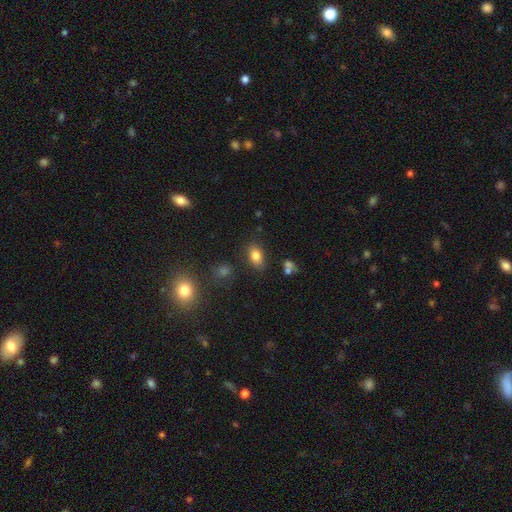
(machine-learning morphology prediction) Smooth or featured?
  - smooth: 80% *
  - star or artifact: 11%
  - featured or disk: 10%
How rounded?
  - in between: 86% *
  - round: 12%
  - cigar-shaped: 2%
Merging?
  - none: 80% *
  - minor disturbance: 13%
  - merger: 4%
  - major disturbance: 3%